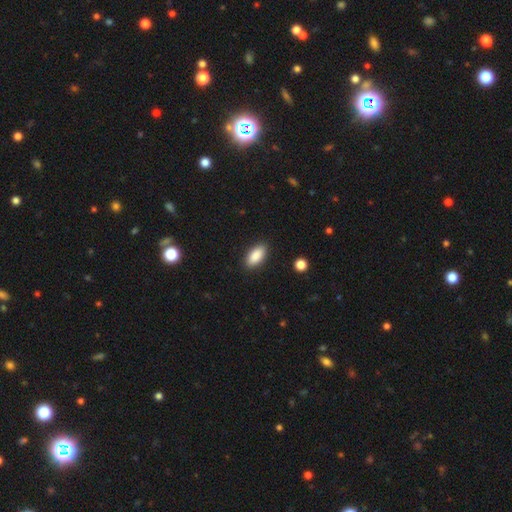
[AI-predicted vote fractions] Q: Smooth or featured?
A: smooth (88%); runner-up: star or artifact (7%)
Q: How rounded?
A: in between (90%); runner-up: cigar-shaped (7%)
Q: Merging?
A: none (89%); runner-up: minor disturbance (8%)